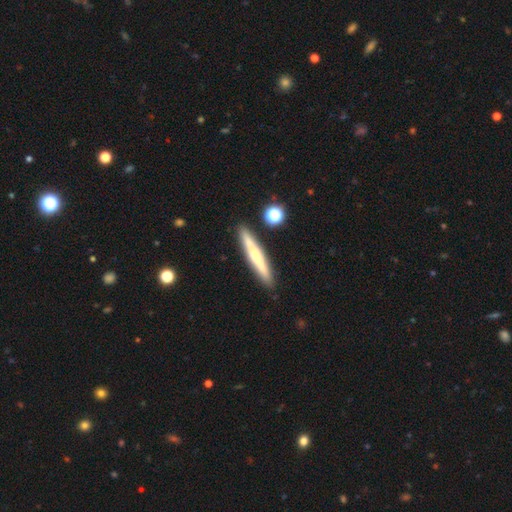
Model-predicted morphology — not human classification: A featured or disk galaxy (47%).

Vote fractions:
- Smooth or featured? featured or disk: 47% / smooth: 46% / star or artifact: 7%
- Merging? none: 89% / minor disturbance: 7% / merger: 2% / major disturbance: 2%